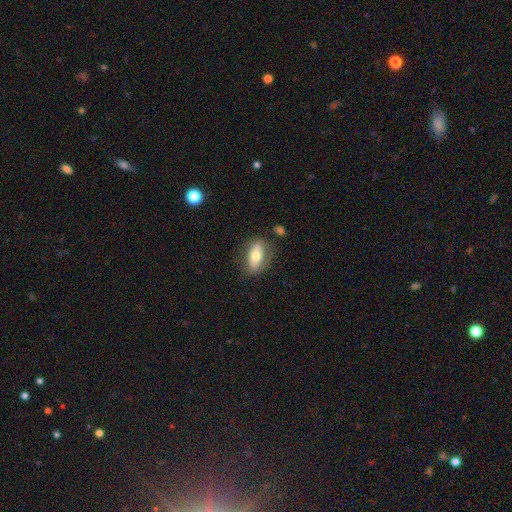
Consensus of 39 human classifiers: This appears to be a smooth galaxy with no disk features (64%) that is in between round and cigar-shaped (84%). Merging: none (72%).